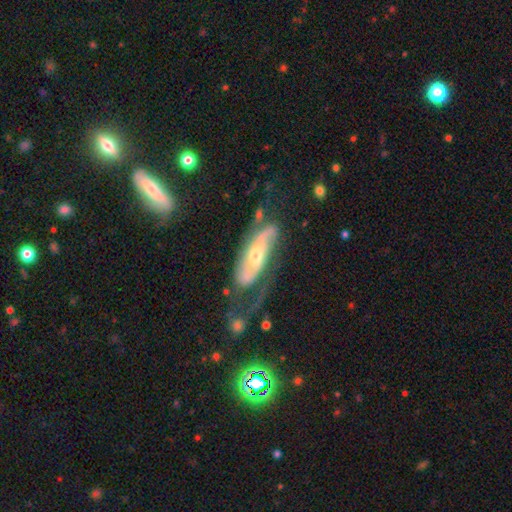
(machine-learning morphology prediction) smooth-or-featured: featured or disk: 81% | smooth: 13% | star or artifact: 6%
  disk-edge-on: no: 86% | yes: 14%
    bar: no: 57% | weak: 28% | strong: 16%
    has-spiral-arms: yes: 91% | no: 9%
      spiral-winding: medium: 40% | tight: 34% | loose: 26%
      spiral-arm-count: 2: 71% | can't tell: 16% | 1: 7% | 3: 3% | 4: 1% | more than 4: 1%
    bulge-size: moderate: 56% | small: 39% | large: 3% | none: 1% | dominant: 1%
  merging: none: 46% | minor disturbance: 25% | major disturbance: 23% | merger: 5%